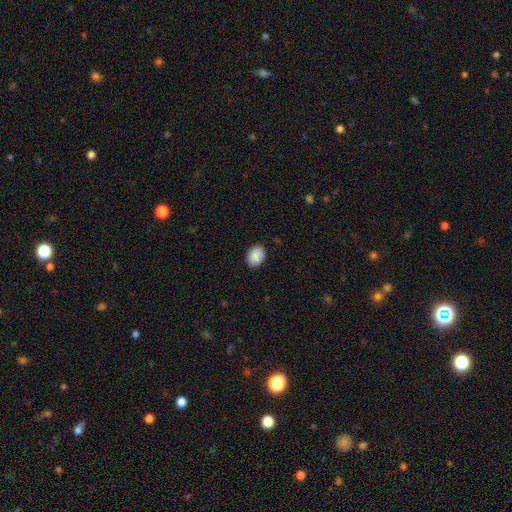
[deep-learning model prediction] Smooth or featured: smooth — 88% (star or artifact — 7%)
How rounded: in between — 79% (round — 20%)
Merging: none — 88% (minor disturbance — 9%)